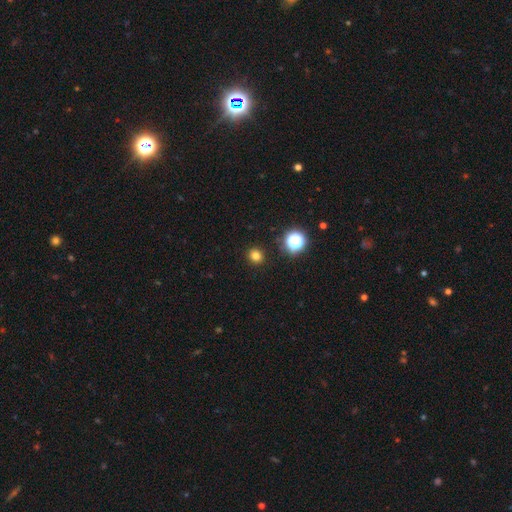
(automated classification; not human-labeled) The model was most divided on "smooth or featured": smooth: 79%, star or artifact: 17%, featured or disk: 5%. More confident: merging — none (92%); how rounded — round (87%).